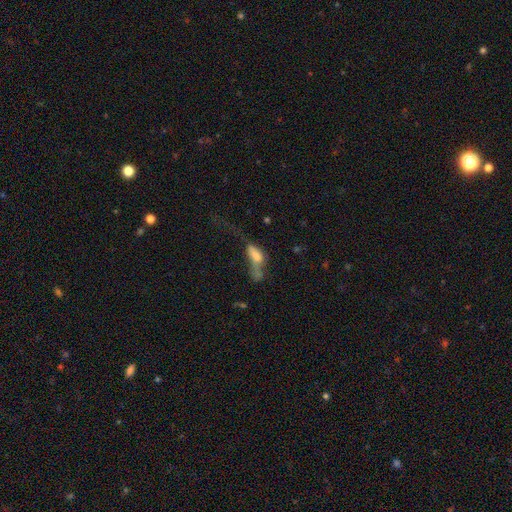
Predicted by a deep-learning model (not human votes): A smooth galaxy with no disk features (56%) that is in between round and cigar-shaped (67%).

Vote fractions:
- Smooth or featured? smooth: 56% / featured or disk: 32% / star or artifact: 12%
- How rounded? in between: 67% / cigar-shaped: 28% / round: 5%
- Merging? major disturbance: 51% / merger: 21% / none: 15% / minor disturbance: 14%